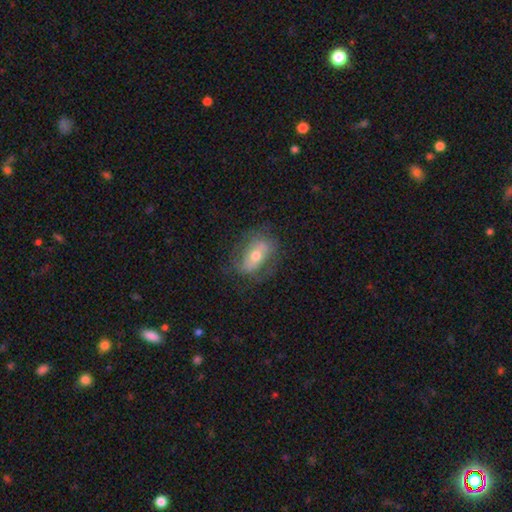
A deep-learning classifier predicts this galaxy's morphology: type=featured or disk (52%); edge-on=no (85%); merging=none (69%).